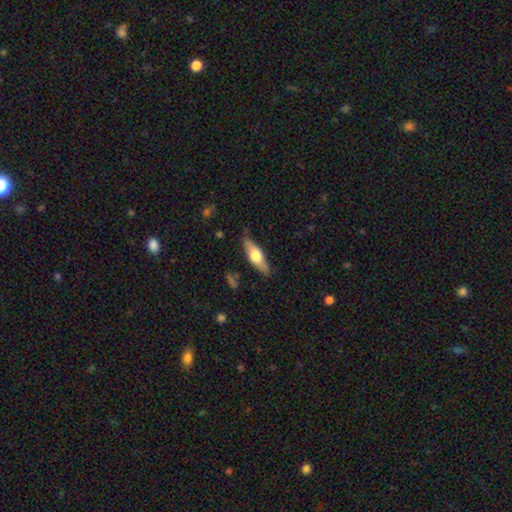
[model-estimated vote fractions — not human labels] This appears to be a smooth galaxy with no disk features (51%) that is cigar-shaped (49%). Merging: none (82%).